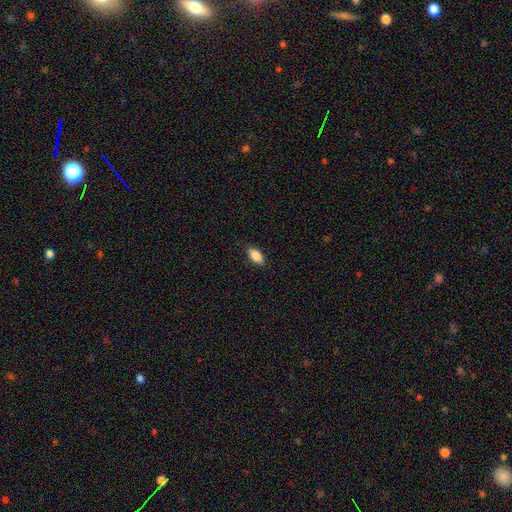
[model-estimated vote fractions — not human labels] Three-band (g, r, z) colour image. It shows a smooth galaxy with no disk features (88%) that is in between round and cigar-shaped (91%). Merging: none (85%).